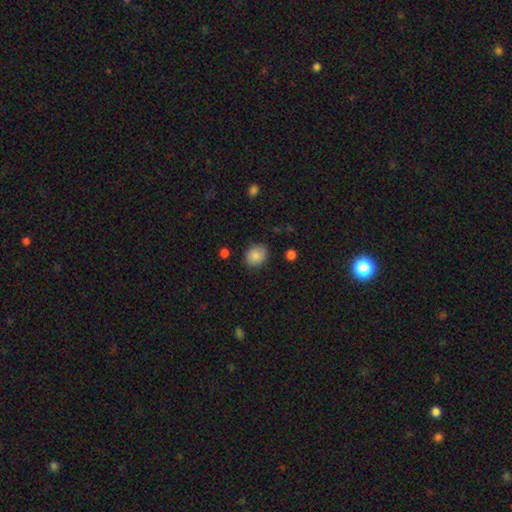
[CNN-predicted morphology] This is clearly a smooth galaxy (85%). How rounded: possibly round (59%). Merging: clearly none (85%).